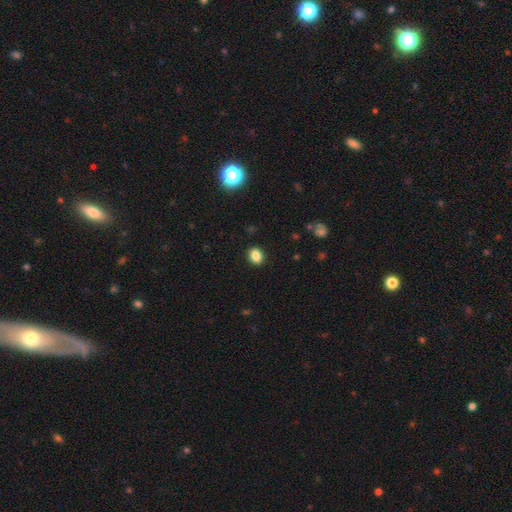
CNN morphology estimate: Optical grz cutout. It shows a smooth galaxy with no disk features (86%) that is in between round and cigar-shaped (59%). Merging: none (90%).